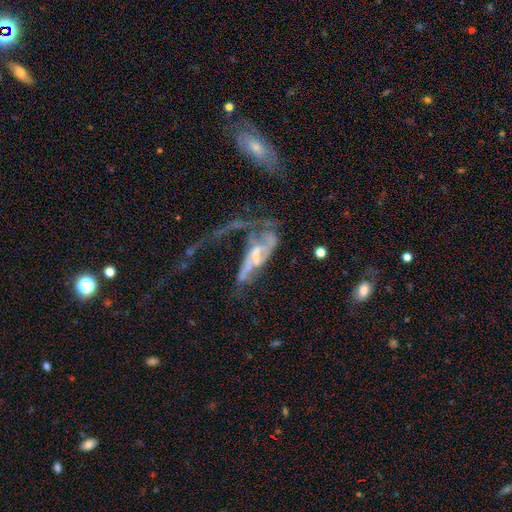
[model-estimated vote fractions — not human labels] smooth-or-featured: featured or disk: 72% | smooth: 18% | star or artifact: 11%
  disk-edge-on: no: 85% | yes: 15%
    bar: no: 49% | weak: 32% | strong: 19%
    has-spiral-arms: yes: 62% | no: 38%
    bulge-size: small: 33% | moderate: 32% | none: 25% | large: 8% | dominant: 2%
  merging: major disturbance: 56% | merger: 22% | none: 12% | minor disturbance: 9%